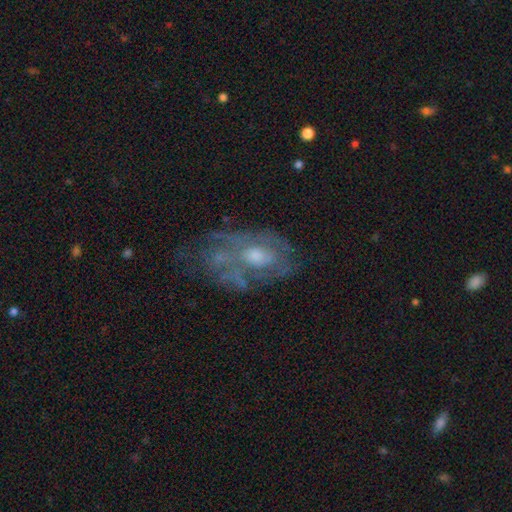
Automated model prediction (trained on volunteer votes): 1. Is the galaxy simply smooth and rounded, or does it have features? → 71% featured or disk, 21% smooth, 9% star or artifact.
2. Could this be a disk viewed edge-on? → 94% no, 6% yes.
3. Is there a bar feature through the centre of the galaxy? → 82% no, 16% weak, 3% strong.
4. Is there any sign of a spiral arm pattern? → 52% no, 48% yes.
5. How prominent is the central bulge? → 57% moderate, 26% small, 10% large, 6% none, 2% dominant.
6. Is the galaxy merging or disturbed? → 46% none, 26% major disturbance, 24% minor disturbance, 5% merger.